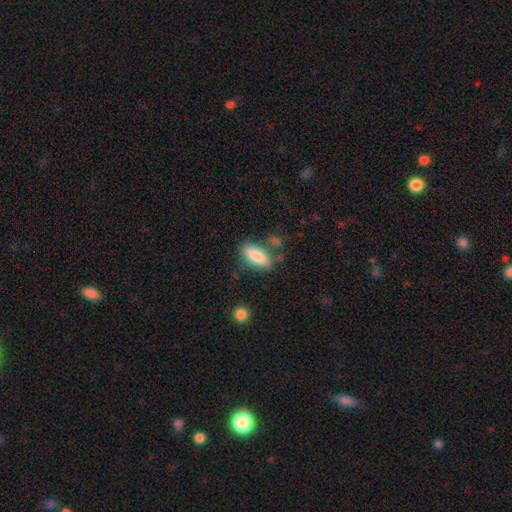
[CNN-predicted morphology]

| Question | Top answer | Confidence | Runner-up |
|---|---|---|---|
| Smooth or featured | smooth | 84% | featured or disk (10%) |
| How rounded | in between | 79% | cigar-shaped (18%) |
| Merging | none | 70% | minor disturbance (17%) |